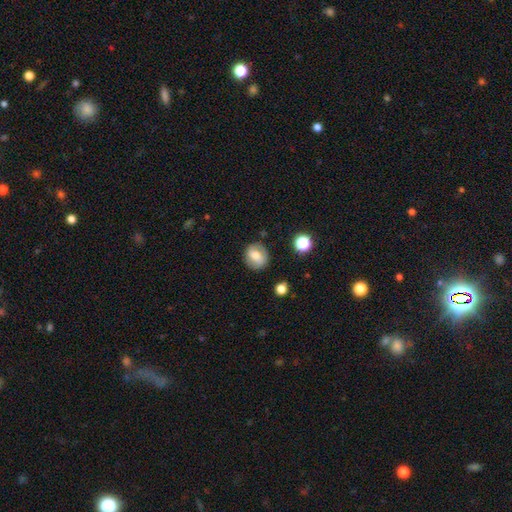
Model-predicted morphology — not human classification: Smooth or featured? Predicted: smooth (p=0.63). How rounded? Predicted: round (p=0.71). Merging? Predicted: none (p=0.82).